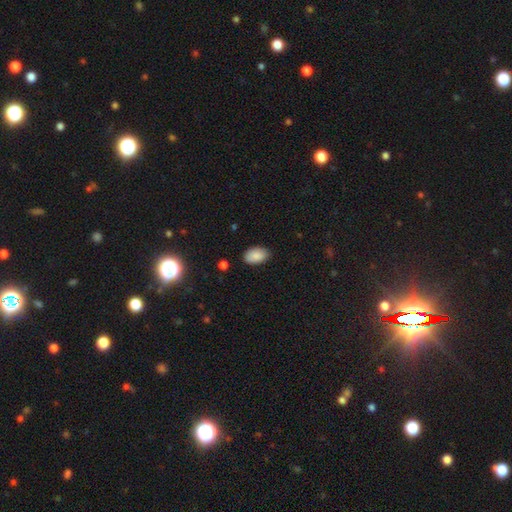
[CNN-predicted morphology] smooth-or-featured: smooth: 88% | star or artifact: 7% | featured or disk: 4%
  how-rounded: in between: 93% | round: 5% | cigar-shaped: 1%
  merging: none: 83% | minor disturbance: 13% | major disturbance: 2% | merger: 1%